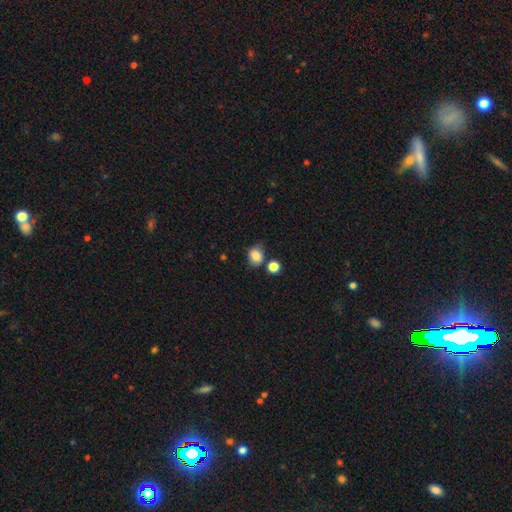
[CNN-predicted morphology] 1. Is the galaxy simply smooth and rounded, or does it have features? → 84% smooth, 10% star or artifact, 6% featured or disk.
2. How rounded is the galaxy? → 59% round, 40% in between, 1% cigar-shaped.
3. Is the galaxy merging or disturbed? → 69% none, 17% minor disturbance, 10% merger, 4% major disturbance.